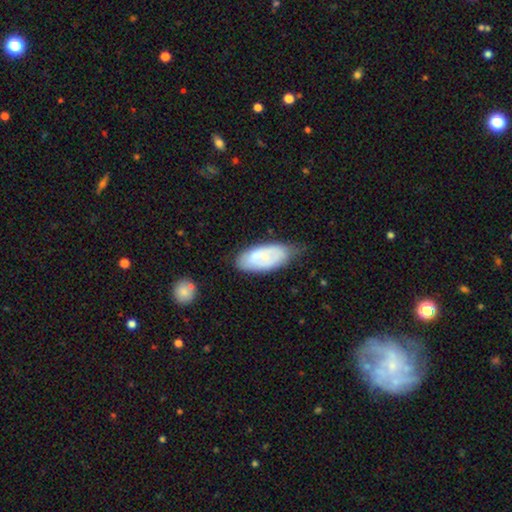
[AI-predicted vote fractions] This is possibly a smooth galaxy (53%). How rounded: clearly in between (90%). Merging: possibly none (55%).